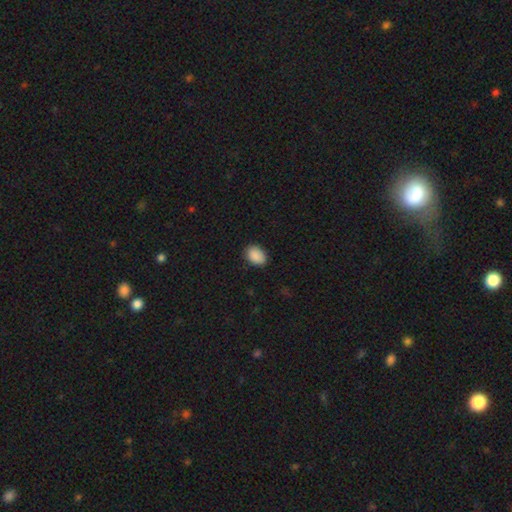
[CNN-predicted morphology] Q: Smooth or featured?
A: smooth (90%); runner-up: star or artifact (8%)
Q: How rounded?
A: in between (76%); runner-up: round (23%)
Q: Merging?
A: none (87%); runner-up: minor disturbance (10%)